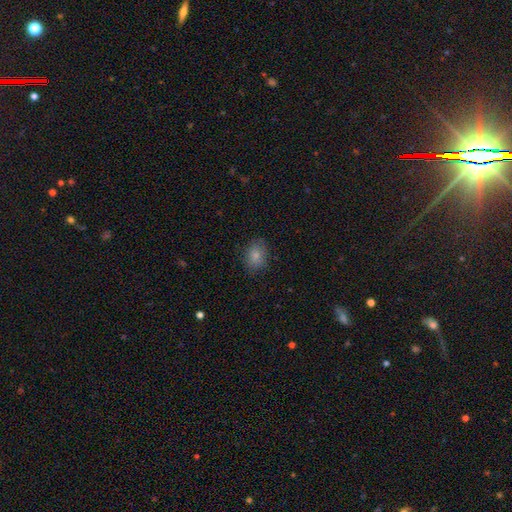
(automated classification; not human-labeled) Overall: smooth (83%). How rounded: in between (72%). Merging: none (83%).